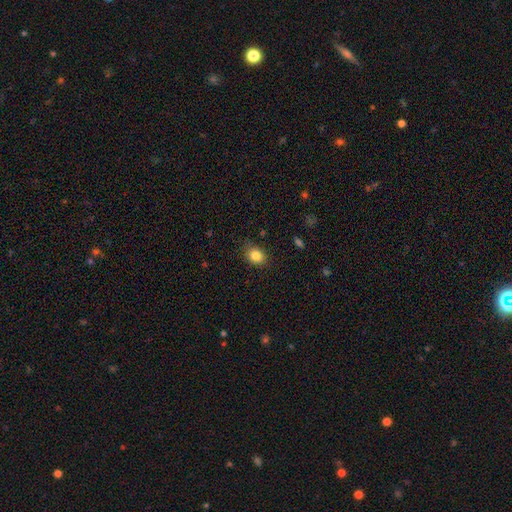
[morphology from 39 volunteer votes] Q: Smooth or featured?
A: smooth (92%); runner-up: star or artifact (5%)
Q: How rounded?
A: in between (61%); runner-up: round (39%)
Q: Merging?
A: none (86%); runner-up: minor disturbance (8%)